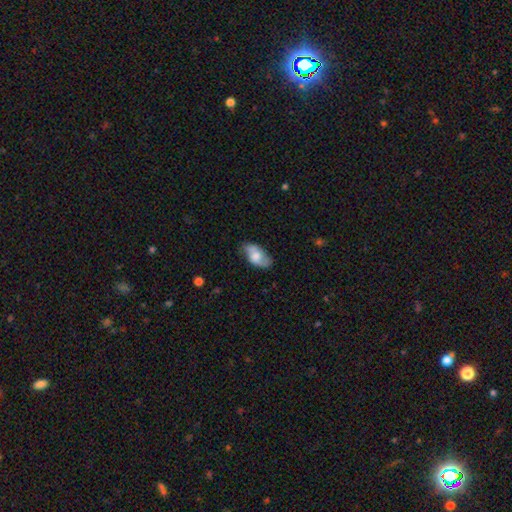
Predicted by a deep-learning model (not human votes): Smooth or featured? smooth (52%)
How rounded? in between (92%)
Merging? none (67%)